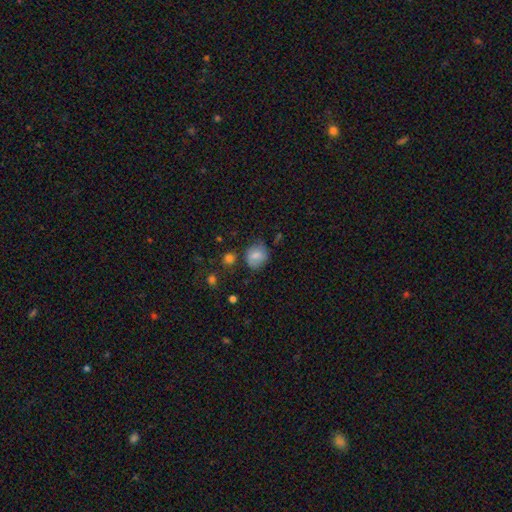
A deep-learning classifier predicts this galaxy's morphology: Smooth or featured?
  - smooth: 75% *
  - featured or disk: 15%
  - star or artifact: 10%
How rounded?
  - round: 72% *
  - in between: 27%
  - cigar-shaped: 1%
Merging?
  - none: 65% *
  - minor disturbance: 25%
  - major disturbance: 7%
  - merger: 3%